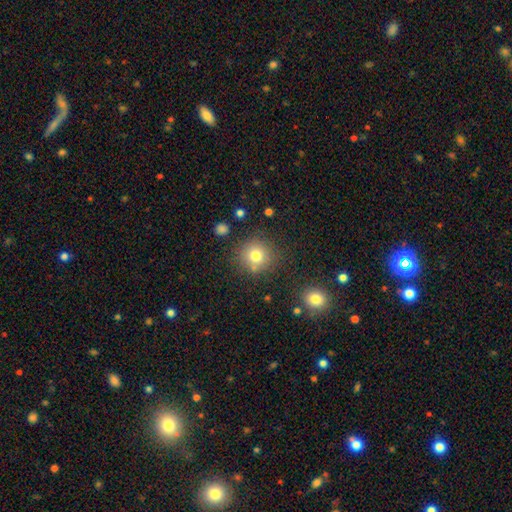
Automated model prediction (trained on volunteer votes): smooth-or-featured: smooth: 77% | star or artifact: 13% | featured or disk: 10%
  how-rounded: round: 92% | in between: 7% | cigar-shaped: 1%
  merging: none: 80% | minor disturbance: 10% | merger: 7% | major disturbance: 4%